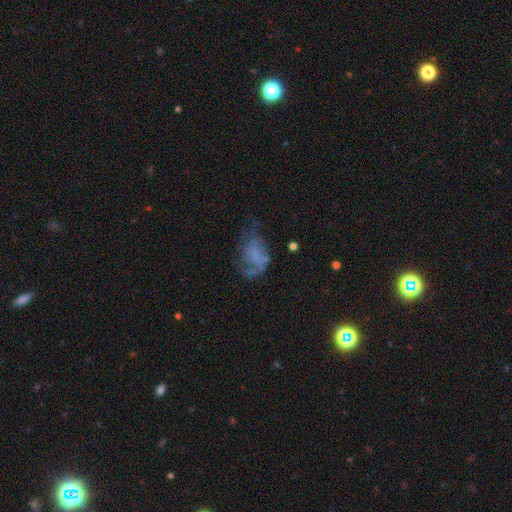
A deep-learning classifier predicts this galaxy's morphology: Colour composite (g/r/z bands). It shows a featured or disk galaxy (47%). Merging: major disturbance (41%).